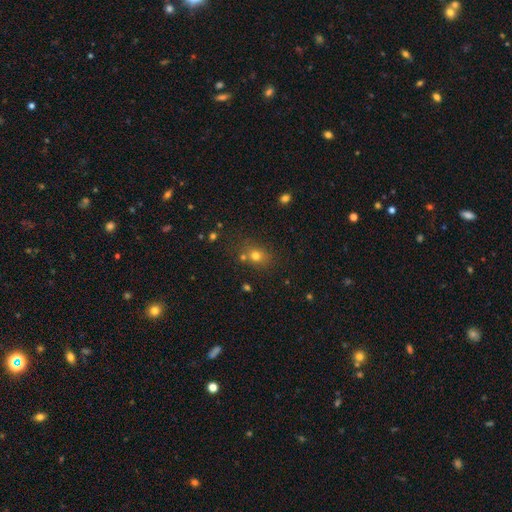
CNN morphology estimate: smooth_or_featured: smooth (p=0.72) [alt: star or artifact p=0.18]
how_rounded: round (p=0.59) [alt: in between p=0.40]
merging: none (p=0.69) [alt: merger p=0.13]